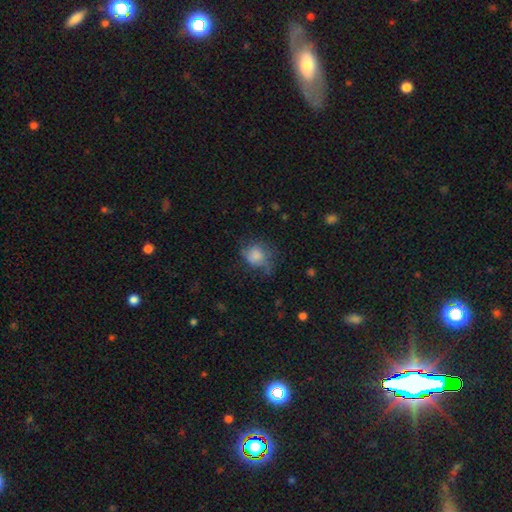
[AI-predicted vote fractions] This appears to be a smooth galaxy with no disk features (67%) that is round (67%). Merging: none (44%).